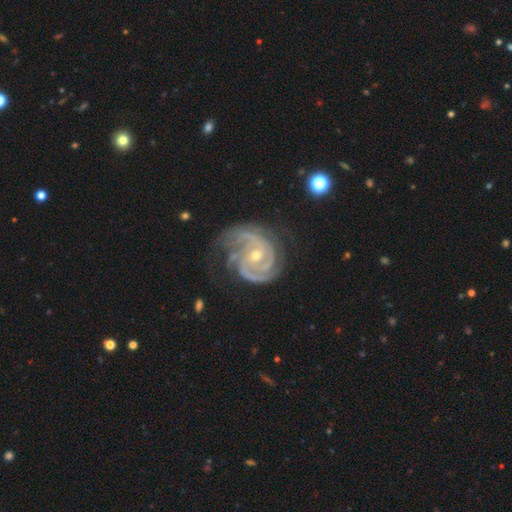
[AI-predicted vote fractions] Q: Smooth or featured?
A: featured or disk (92%); runner-up: star or artifact (4%)
Q: Edge-on disk?
A: no (98%); runner-up: yes (2%)
Q: Bar?
A: no (60%); runner-up: weak (29%)
Q: Spiral arms?
A: yes (98%); runner-up: no (2%)
Q: Spiral winding?
A: tight (65%); runner-up: medium (31%)
Q: Spiral arm count?
A: 3 (39%); runner-up: 2 (32%)
Q: Bulge size?
A: small (55%); runner-up: moderate (43%)
Q: Merging?
A: none (63%); runner-up: minor disturbance (24%)